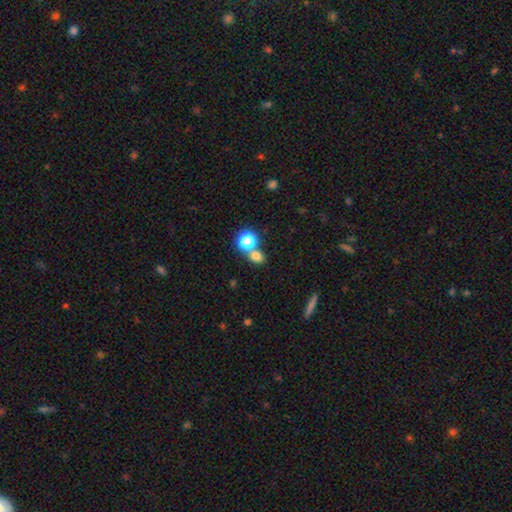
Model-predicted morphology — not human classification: smooth-or-featured: smooth: 73% | star or artifact: 19% | featured or disk: 9%
  how-rounded: round: 63% | in between: 35% | cigar-shaped: 2%
  merging: none: 54% | merger: 34% | minor disturbance: 8% | major disturbance: 3%